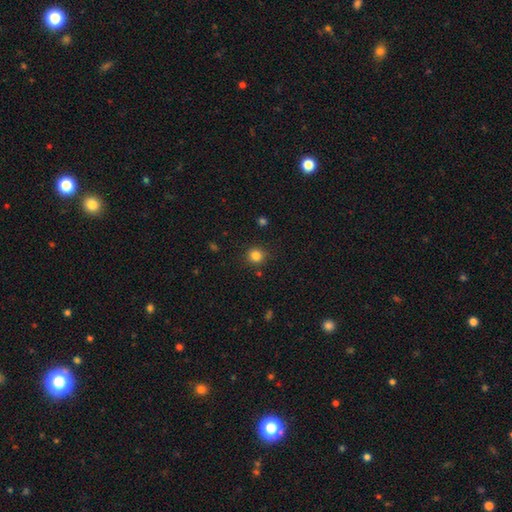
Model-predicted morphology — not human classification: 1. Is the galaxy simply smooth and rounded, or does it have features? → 82% smooth, 13% star or artifact, 5% featured or disk.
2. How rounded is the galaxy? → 91% round, 8% in between, 1% cigar-shaped.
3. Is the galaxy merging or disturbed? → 88% none, 8% minor disturbance, 2% major disturbance, 2% merger.